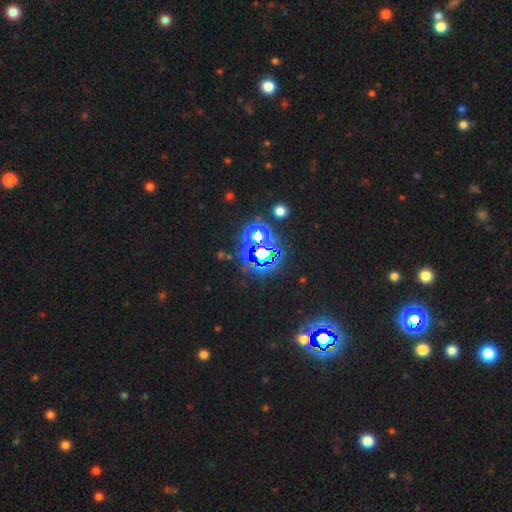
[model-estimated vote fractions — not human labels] This appears to be a star or artifact, not a galaxy (81%).